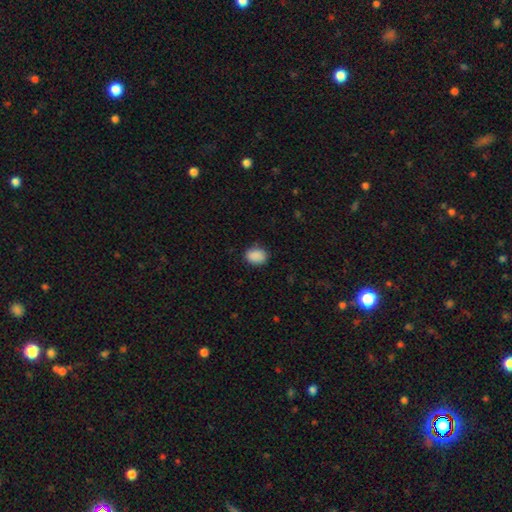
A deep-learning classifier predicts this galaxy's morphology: Smooth or featured? smooth (89%)
How rounded? in between (68%)
Merging? none (84%)